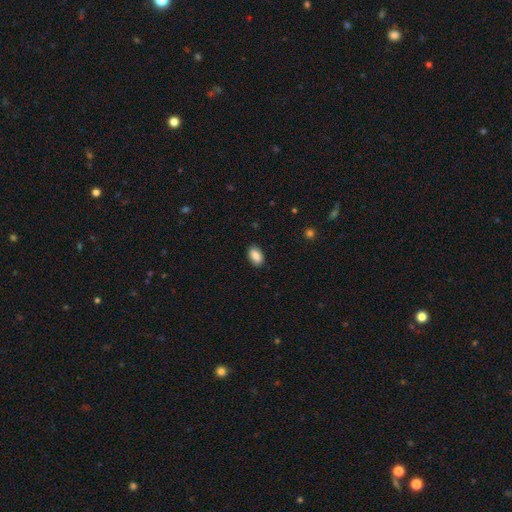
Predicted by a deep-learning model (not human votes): Smooth or featured?
  - smooth: 86% *
  - star or artifact: 7%
  - featured or disk: 7%
How rounded?
  - in between: 91% *
  - round: 7%
  - cigar-shaped: 2%
Merging?
  - none: 88% *
  - minor disturbance: 9%
  - major disturbance: 2%
  - merger: 1%